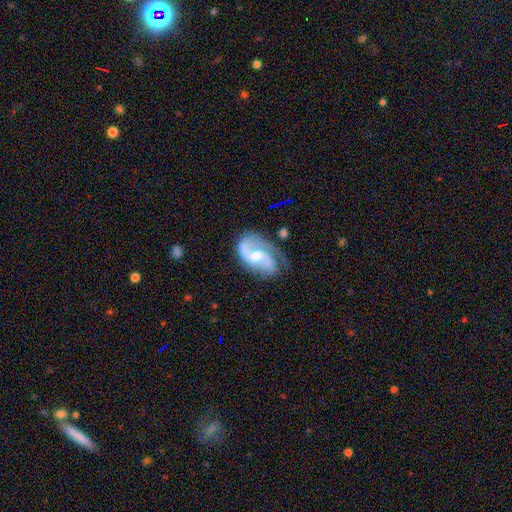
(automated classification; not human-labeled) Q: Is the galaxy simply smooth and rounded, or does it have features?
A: featured or disk — 85%.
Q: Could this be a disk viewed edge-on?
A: no — 97%.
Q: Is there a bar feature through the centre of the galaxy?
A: weak — 45%.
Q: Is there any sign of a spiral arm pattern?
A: yes — 96%.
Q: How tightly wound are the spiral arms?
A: medium — 45%.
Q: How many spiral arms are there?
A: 2 — 79%.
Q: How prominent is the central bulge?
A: moderate — 46%.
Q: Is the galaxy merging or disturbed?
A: none — 57%.